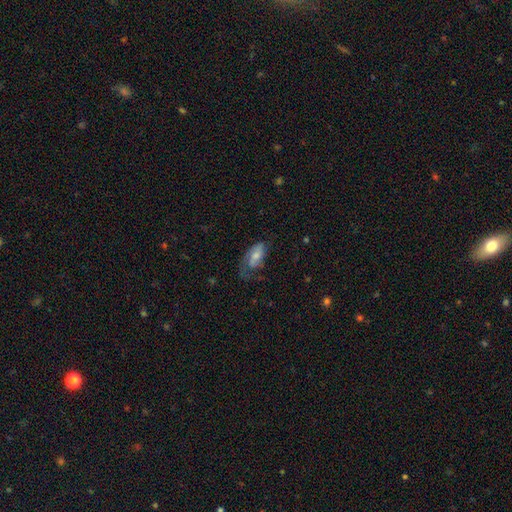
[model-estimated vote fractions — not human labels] smooth 48%, featured or disk 45%, star or artifact 7%. Down the decision tree: merging — none (38%).